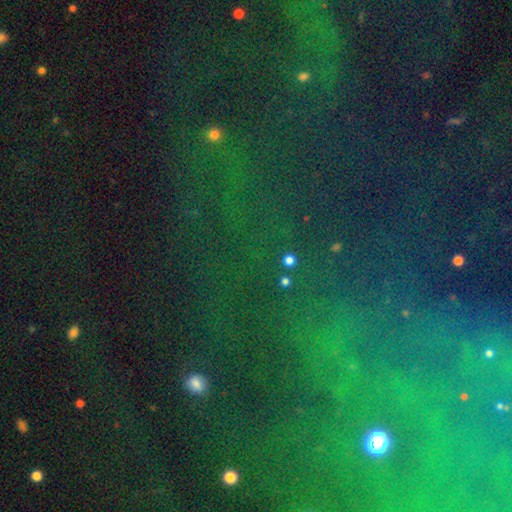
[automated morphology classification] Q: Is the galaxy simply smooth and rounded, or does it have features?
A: star or artifact — 75%.